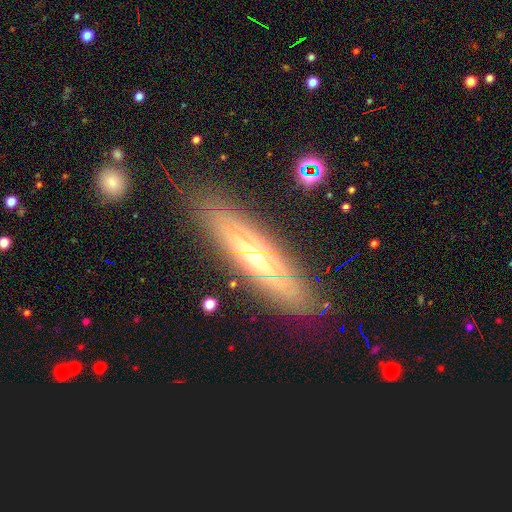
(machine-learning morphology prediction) Smooth or featured: featured or disk — 72% (smooth — 20%)
Edge-on disk: yes — 63% (no — 37%)
Merging: none — 82% (minor disturbance — 12%)